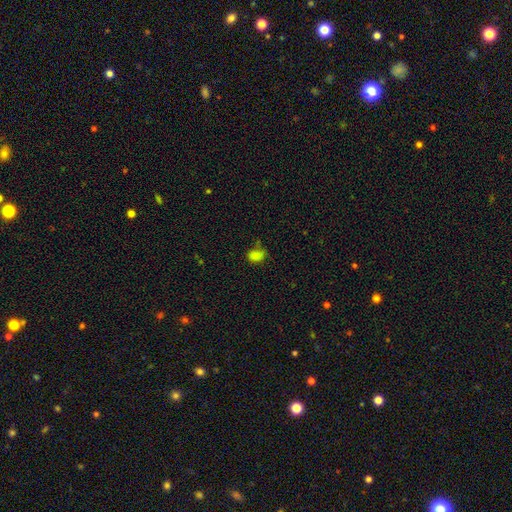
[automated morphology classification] A smooth galaxy with no disk features (80%) that is in between round and cigar-shaped (67%).

Vote fractions:
- Smooth or featured? smooth: 80% / star or artifact: 14% / featured or disk: 6%
- How rounded? in between: 67% / round: 31% / cigar-shaped: 1%
- Merging? none: 61% / minor disturbance: 25% / major disturbance: 7% / merger: 7%